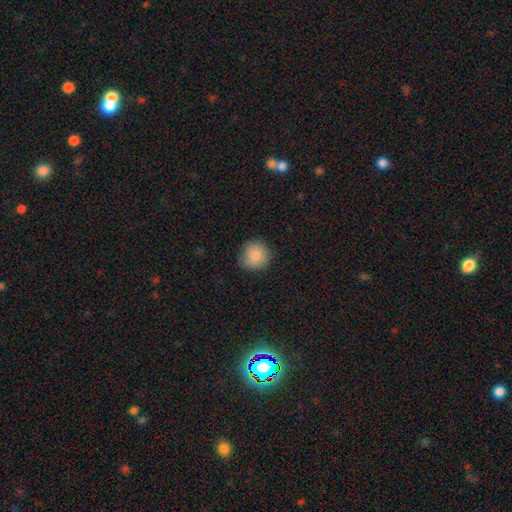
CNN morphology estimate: This appears to be a smooth galaxy with no disk features (85%) that is round (92%). Merging: none (82%).